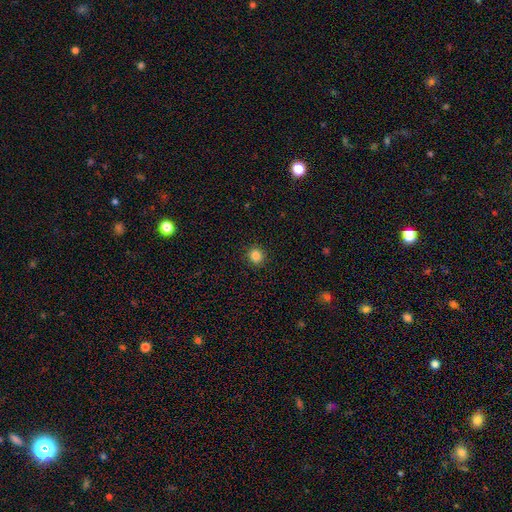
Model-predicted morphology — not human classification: Smooth or featured? smooth (85%)
How rounded? round (87%)
Merging? none (91%)